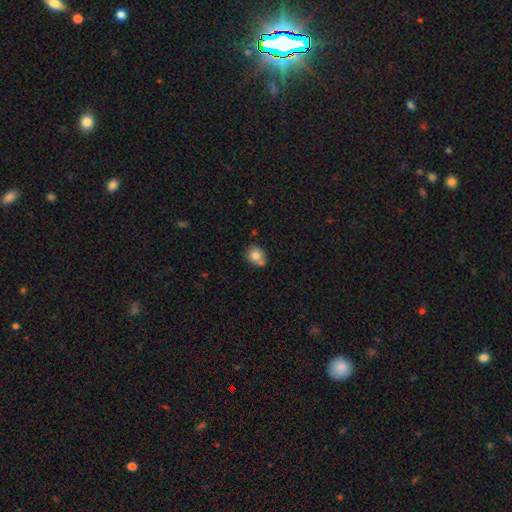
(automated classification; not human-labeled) A smooth galaxy with no disk features (80%) that is round (67%).

Vote fractions:
- Smooth or featured? smooth: 80% / featured or disk: 11% / star or artifact: 9%
- How rounded? round: 67% / in between: 32% / cigar-shaped: 1%
- Merging? none: 57% / merger: 22% / minor disturbance: 17% / major disturbance: 4%